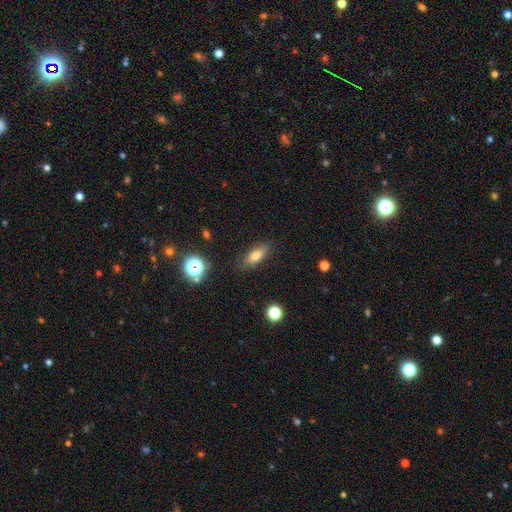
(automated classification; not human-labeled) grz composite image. It shows a smooth galaxy with no disk features (71%) that is in between round and cigar-shaped (68%). Merging: none (85%).